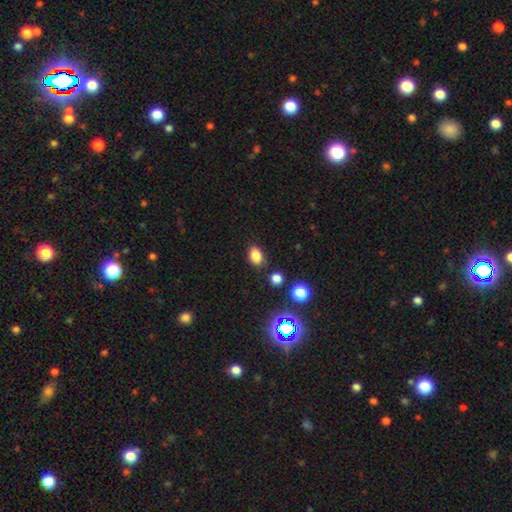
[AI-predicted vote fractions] This is clearly a smooth galaxy (82%). How rounded: clearly in between (80%). Merging: clearly none (83%).